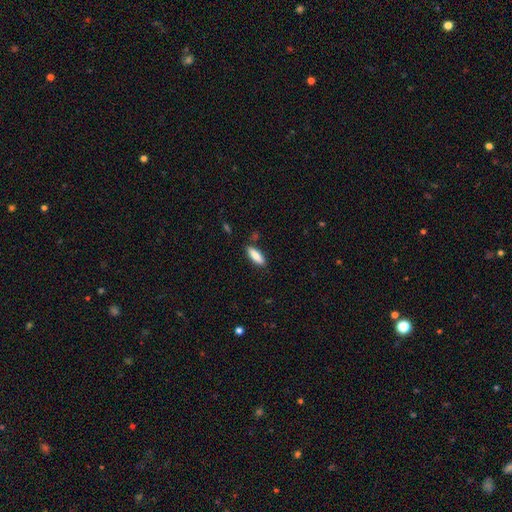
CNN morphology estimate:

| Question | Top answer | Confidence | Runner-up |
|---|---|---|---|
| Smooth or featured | smooth | 83% | featured or disk (11%) |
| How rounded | in between | 56% | cigar-shaped (42%) |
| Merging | none | 85% | minor disturbance (10%) |